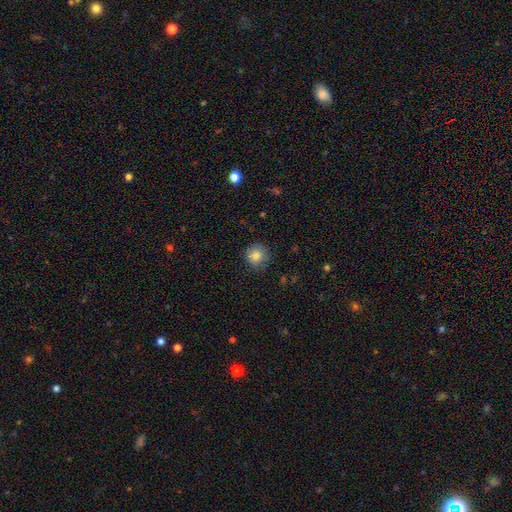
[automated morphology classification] Smooth or featured?
  - smooth: 84% *
  - star or artifact: 10%
  - featured or disk: 6%
How rounded?
  - round: 90% *
  - in between: 9%
  - cigar-shaped: 1%
Merging?
  - none: 82% *
  - minor disturbance: 14%
  - major disturbance: 3%
  - merger: 1%